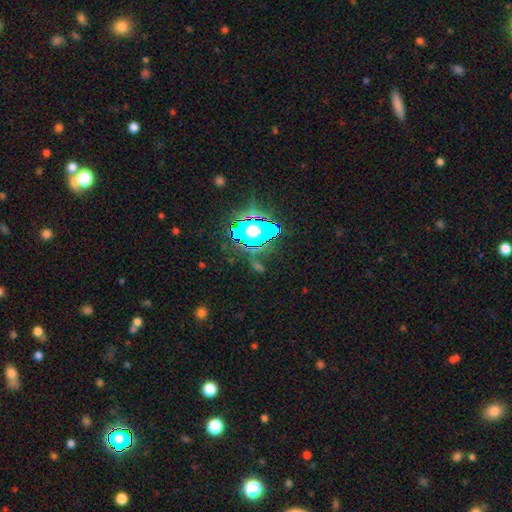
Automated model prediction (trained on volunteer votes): The model was most divided on "smooth or featured": star or artifact: 73%, smooth: 16%, featured or disk: 11%.